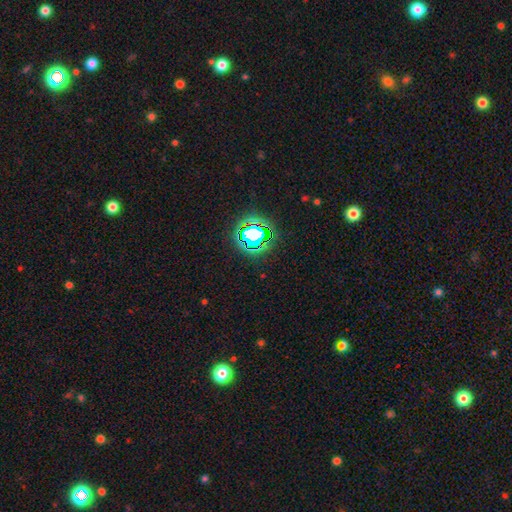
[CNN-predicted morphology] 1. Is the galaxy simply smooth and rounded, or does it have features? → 80% star or artifact, 13% smooth, 7% featured or disk.